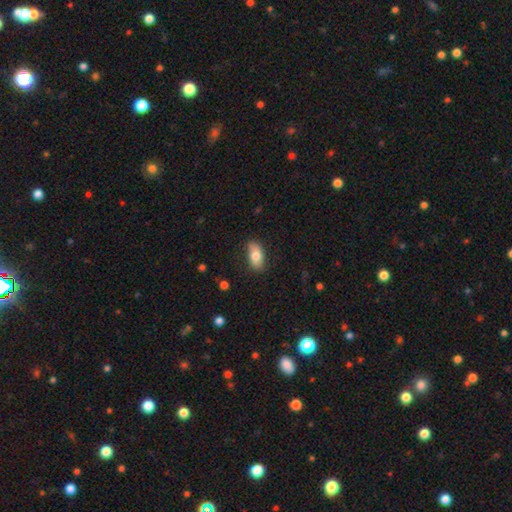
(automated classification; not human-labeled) smooth-or-featured: smooth: 75% | featured or disk: 18% | star or artifact: 7%
  how-rounded: in between: 89% | cigar-shaped: 6% | round: 5%
  merging: none: 81% | minor disturbance: 15% | major disturbance: 3% | merger: 1%